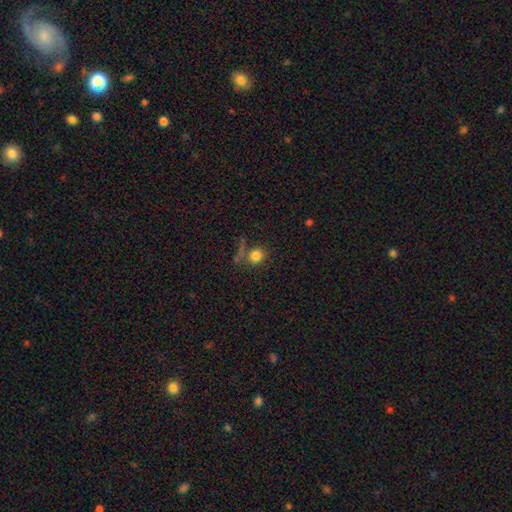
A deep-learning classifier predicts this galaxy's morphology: type=smooth (79%); roundness=round (80%); merging=none (66%).